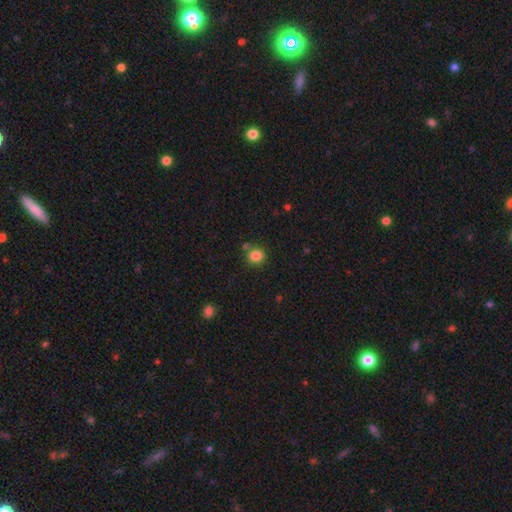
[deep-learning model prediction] This is clearly a smooth galaxy (84%). How rounded: clearly round (81%). Merging: likely none (76%).